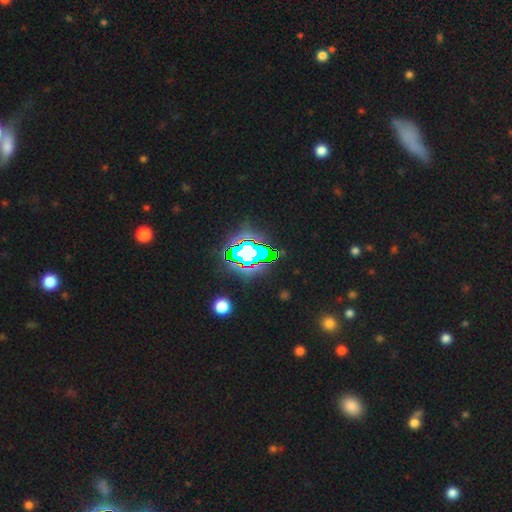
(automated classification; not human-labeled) smooth-or-featured: star or artifact: 75% | smooth: 14% | featured or disk: 11%